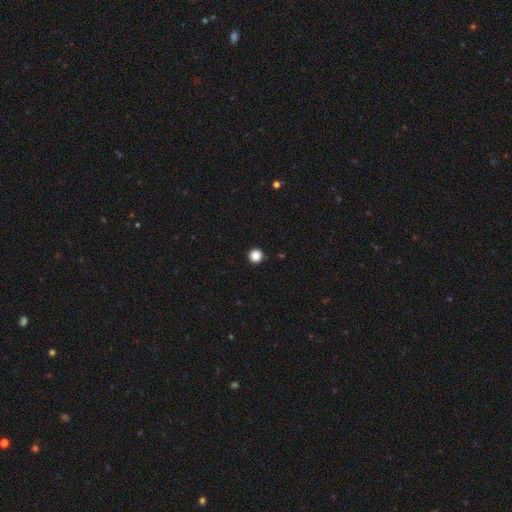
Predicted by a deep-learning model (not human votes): A smooth galaxy with no disk features (86%) that is round (96%). Merging: none (94%).